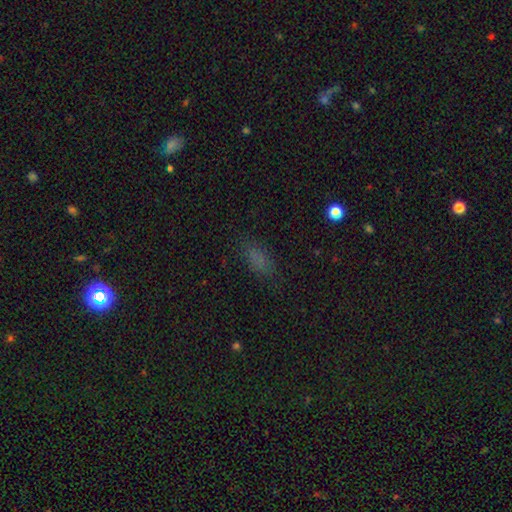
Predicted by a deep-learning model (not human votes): A smooth galaxy with no disk features (70%) that is in between round and cigar-shaped (80%).

Vote fractions:
- Smooth or featured? smooth: 70% / star or artifact: 21% / featured or disk: 9%
- How rounded? in between: 80% / cigar-shaped: 14% / round: 6%
- Merging? none: 77% / minor disturbance: 16% / major disturbance: 6% / merger: 2%